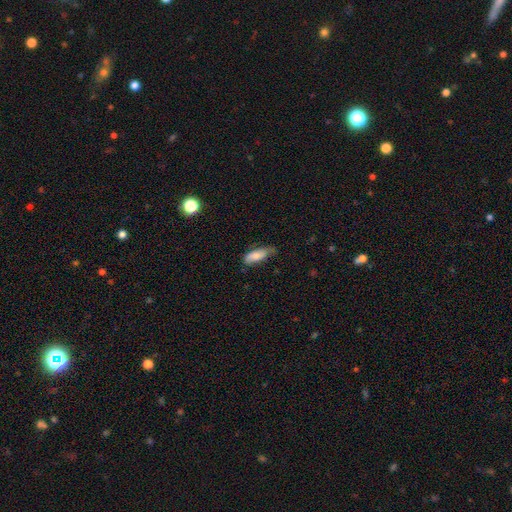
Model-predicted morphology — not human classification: Q: Smooth or featured?
A: smooth (77%); runner-up: featured or disk (16%)
Q: How rounded?
A: in between (71%); runner-up: cigar-shaped (27%)
Q: Merging?
A: none (54%); runner-up: minor disturbance (36%)